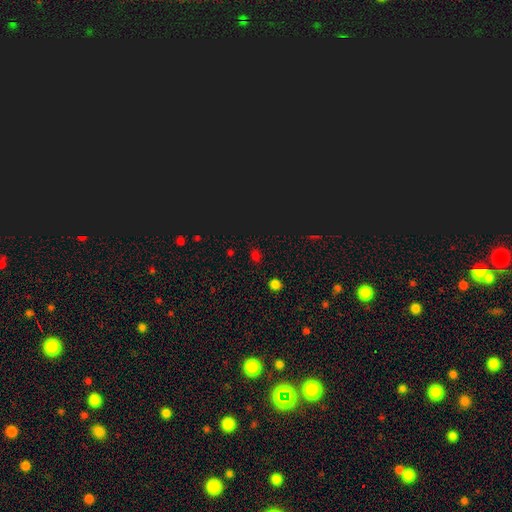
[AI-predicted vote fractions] This is possibly a star or artifact rather than a galaxy (48%).